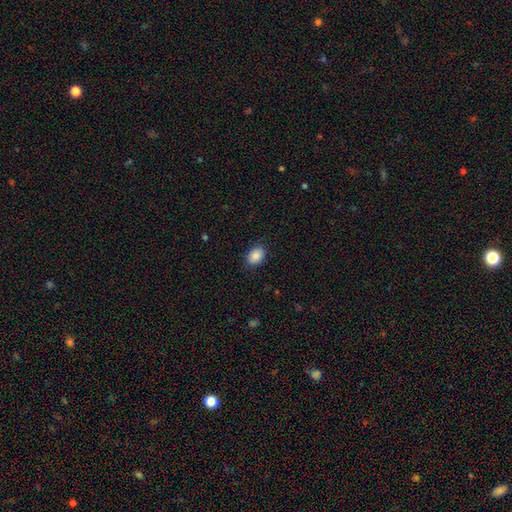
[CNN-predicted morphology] This is clearly a smooth galaxy (88%). How rounded: likely in between (76%). Merging: clearly none (85%).